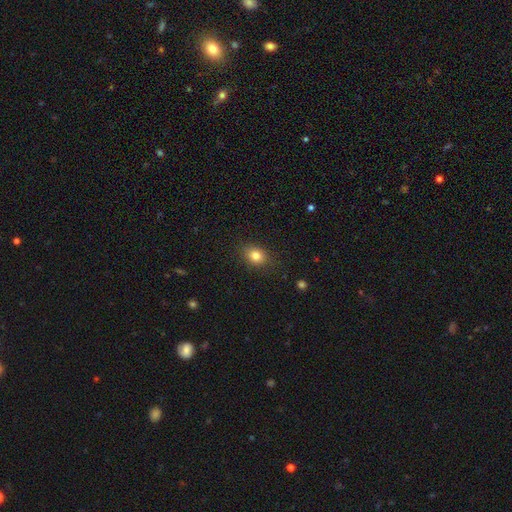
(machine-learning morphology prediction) smooth 82%, star or artifact 11%, featured or disk 7%. Down the decision tree: how rounded — in between (54%); merging — none (85%).